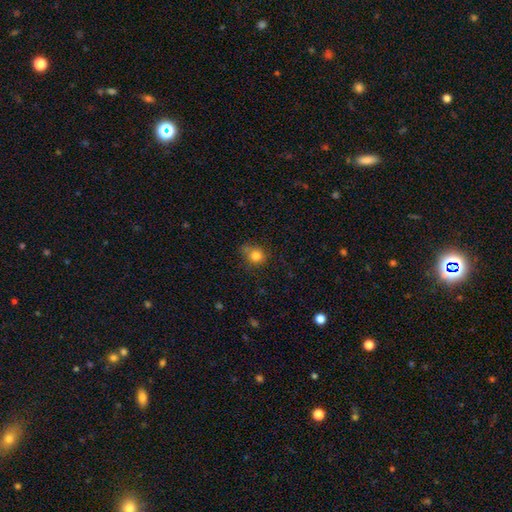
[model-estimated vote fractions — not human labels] Smooth or featured? smooth (81%)
How rounded? round (81%)
Merging? none (65%)